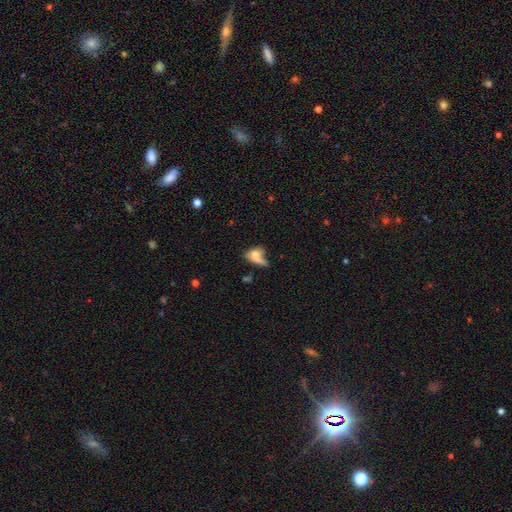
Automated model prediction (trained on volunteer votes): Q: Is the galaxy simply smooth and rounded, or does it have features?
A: smooth — 62%.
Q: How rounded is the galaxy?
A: in between — 67%.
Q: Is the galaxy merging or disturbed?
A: none — 32%.